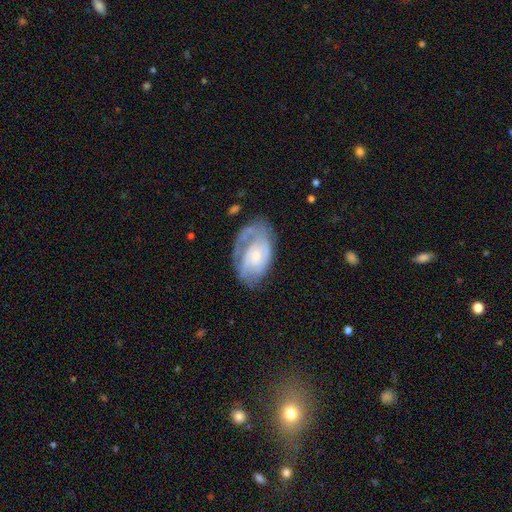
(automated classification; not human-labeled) A featured or disk galaxy (68%) with no bar (69%), tight (51%) spiral arms (78%) and a small central bulge (52%). Merging: none (53%).